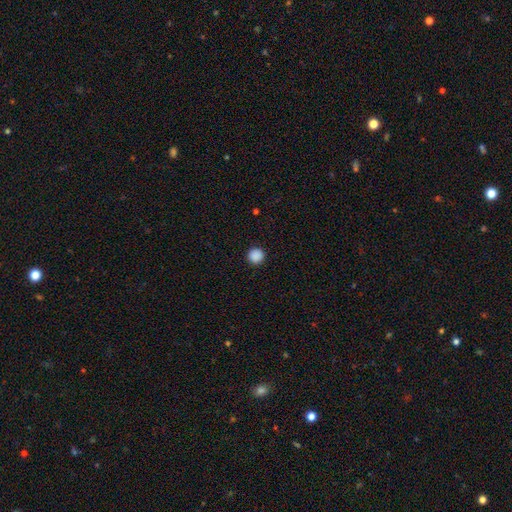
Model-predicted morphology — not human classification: Smooth or featured: smooth — 88% (star or artifact — 9%)
How rounded: round — 96% (in between — 3%)
Merging: none — 93% (minor disturbance — 5%)